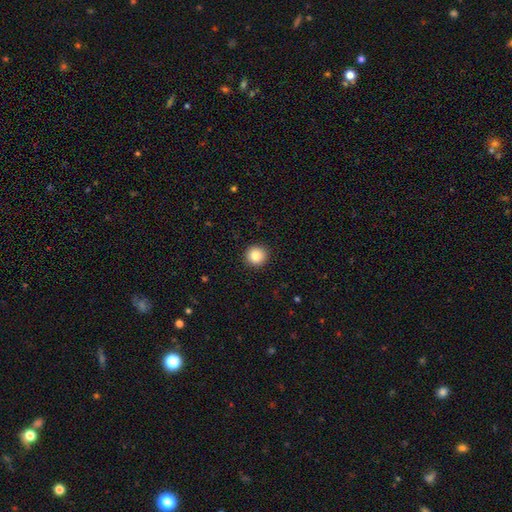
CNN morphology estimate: This appears to be a smooth galaxy with no disk features (85%) that is round (94%). Merging: none (93%).